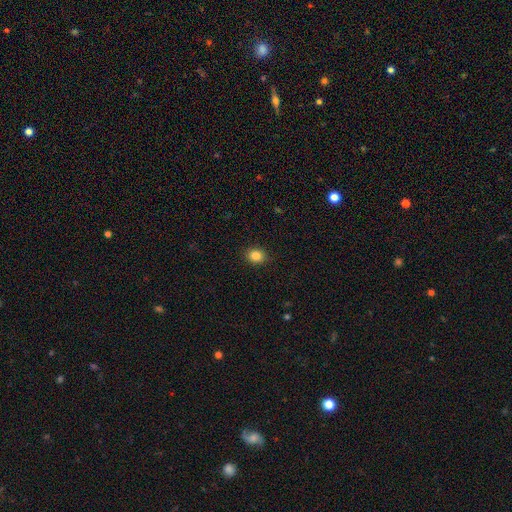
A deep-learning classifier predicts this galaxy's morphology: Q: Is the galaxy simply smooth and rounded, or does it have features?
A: smooth — 84%.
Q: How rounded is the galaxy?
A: round — 57%.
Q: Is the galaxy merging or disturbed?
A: none — 90%.